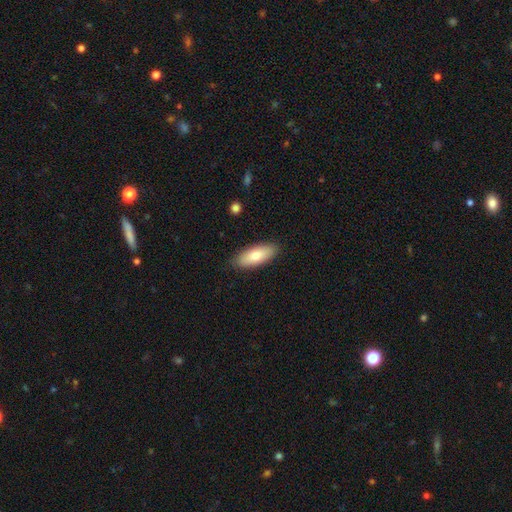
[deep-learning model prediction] Smooth or featured? Predicted: smooth (p=0.78). How rounded? Predicted: in between (p=0.76). Merging? Predicted: none (p=0.87).